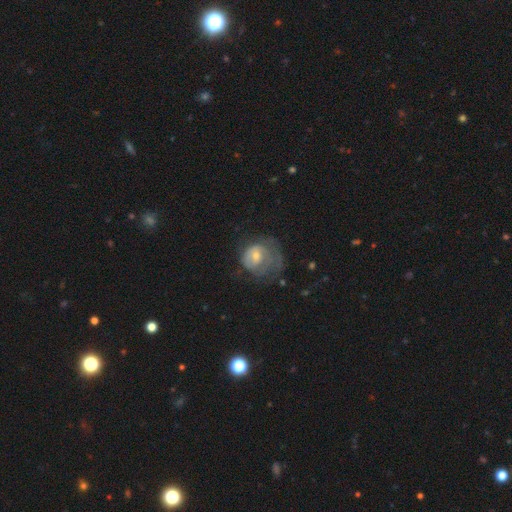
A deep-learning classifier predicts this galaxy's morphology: A featured or disk galaxy (51%). Merging: major disturbance (42%).